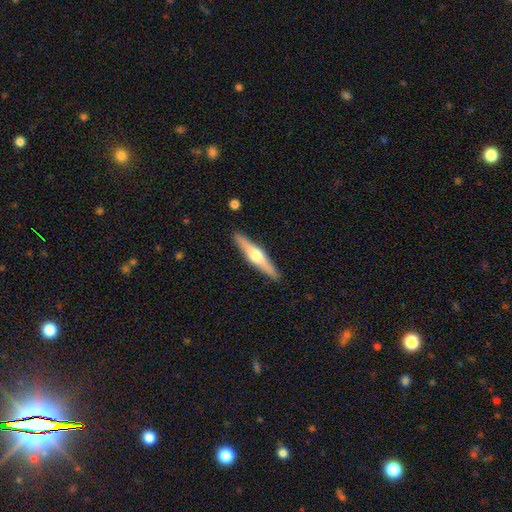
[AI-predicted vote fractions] This is likely a featured or disk galaxy (62%). It is clearly viewed edge-on (96%). Edge-on bulge: clearly rounded (90%). Merging: clearly none (90%).